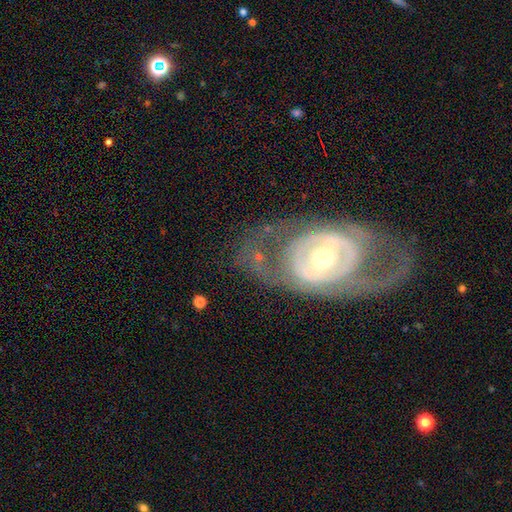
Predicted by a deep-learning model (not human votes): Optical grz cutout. It shows a featured or disk galaxy (77%) with a weak bar (36%), spiral arms (55%) and a moderate central bulge (57%). Merging: none (55%).